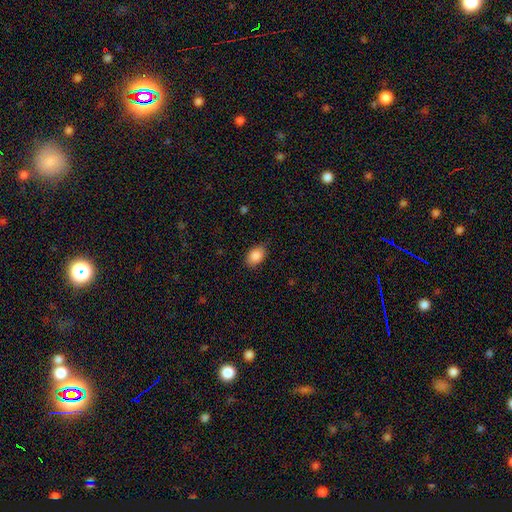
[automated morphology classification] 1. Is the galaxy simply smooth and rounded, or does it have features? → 88% smooth, 7% star or artifact, 5% featured or disk.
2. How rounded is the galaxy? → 85% in between, 13% round, 1% cigar-shaped.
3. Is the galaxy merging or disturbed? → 80% none, 16% minor disturbance, 3% major disturbance, 1% merger.